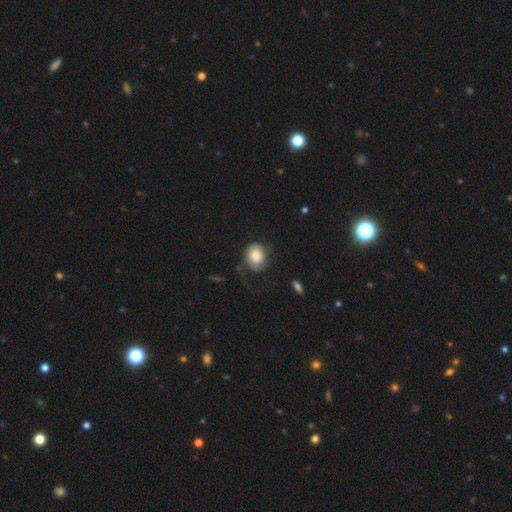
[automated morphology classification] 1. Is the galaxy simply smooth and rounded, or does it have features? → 72% smooth, 20% featured or disk, 7% star or artifact.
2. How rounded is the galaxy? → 56% round, 43% in between, 1% cigar-shaped.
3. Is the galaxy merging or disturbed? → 57% none, 24% minor disturbance, 17% major disturbance, 2% merger.